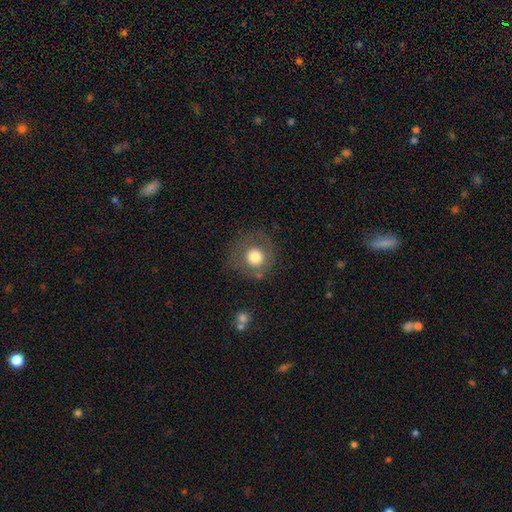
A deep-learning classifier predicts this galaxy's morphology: This appears to be a smooth galaxy with no disk features (73%) that is round (92%). Merging: none (72%).